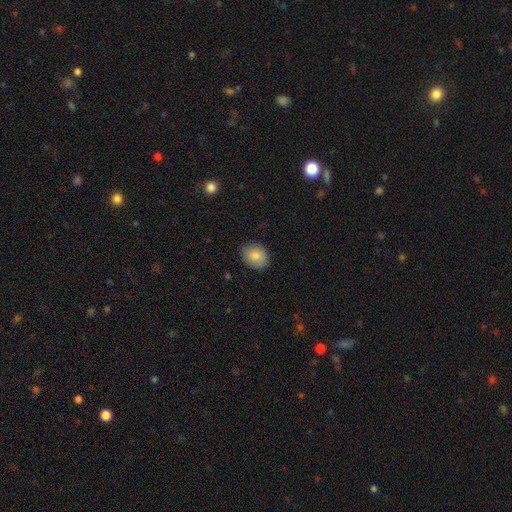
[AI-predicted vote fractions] smooth_or_featured: smooth (p=0.86) [alt: star or artifact p=0.08]
how_rounded: in between (p=0.59) [alt: round p=0.40]
merging: none (p=0.84) [alt: minor disturbance p=0.13]